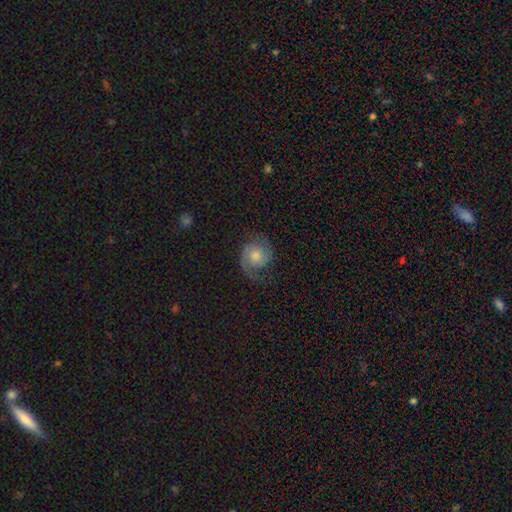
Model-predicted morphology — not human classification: A featured or disk galaxy (70%) with no bar (74%), 2 (72%) medium (44%) spiral arms (95%) and a moderate central bulge (56%).

Vote fractions:
- Smooth or featured? featured or disk: 70% / smooth: 22% / star or artifact: 9%
- Edge-on disk? no: 98% / yes: 2%
- Bar? no: 74% / weak: 23% / strong: 3%
- Spiral arms? yes: 95% / no: 5%
- Spiral winding? medium: 44% / tight: 35% / loose: 21%
- Spiral arm count? 2: 72% / 1: 19% / can't tell: 5% / 3: 2% / 4: 1% / more than 4: 1%
- Bulge size? moderate: 56% / small: 21% / large: 16% / none: 5% / dominant: 2%
- Merging? none: 70% / minor disturbance: 18% / major disturbance: 11% / merger: 1%